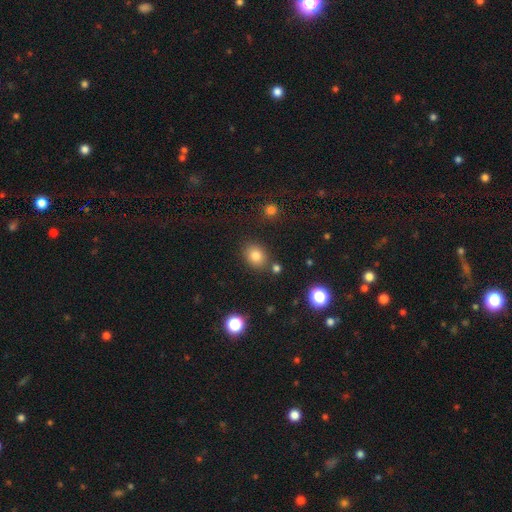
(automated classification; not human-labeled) A smooth galaxy with no disk features (81%) that is round (54%). Merging: none (81%).